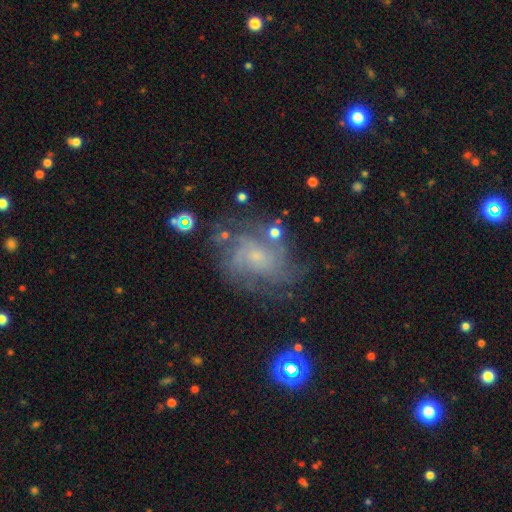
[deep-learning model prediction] Morphology: type=featured or disk (72%); edge-on=no (97%); bar=no (71%); spiral arms=yes (88%); winding=tight (46%); arm count=can't tell (44%); bulge=small (66%); merging=none (67%).